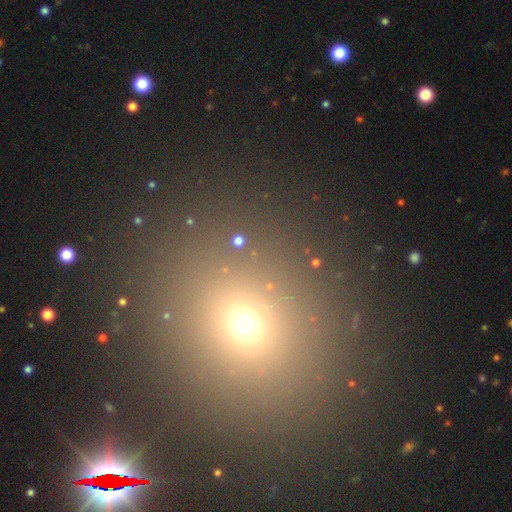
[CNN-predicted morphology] A smooth galaxy with no disk features (55%) that is round (78%).

Vote fractions:
- Smooth or featured? smooth: 55% / star or artifact: 37% / featured or disk: 8%
- How rounded? round: 78% / in between: 21% / cigar-shaped: 1%
- Merging? none: 86% / minor disturbance: 6% / merger: 4% / major disturbance: 4%